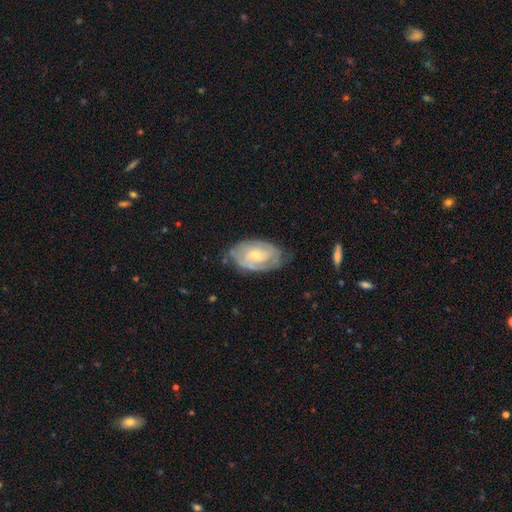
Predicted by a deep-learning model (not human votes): smooth_or_featured: featured or disk (p=0.77) [alt: smooth p=0.18]
disk_edge_on: no (p=0.96) [alt: yes p=0.04]
bar: no (p=0.57) [alt: weak p=0.36]
has_spiral_arms: yes (p=0.89) [alt: no p=0.11]
spiral_winding: tight (p=0.61) [alt: medium p=0.31]
spiral_arm_count: 2 (p=0.52) [alt: can't tell p=0.30]
bulge_size: small (p=0.65) [alt: moderate p=0.30]
merging: none (p=0.69) [alt: minor disturbance p=0.23]